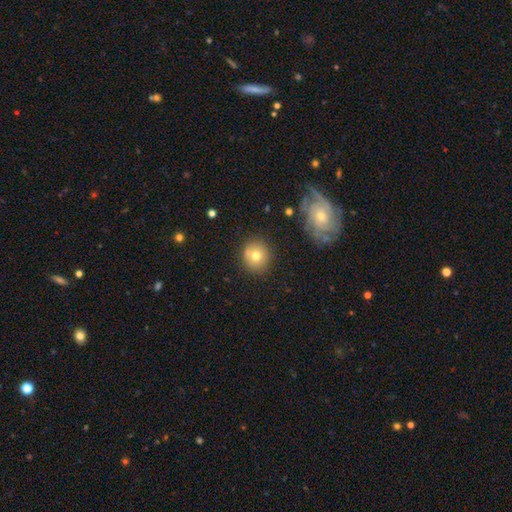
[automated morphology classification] A smooth galaxy with no disk features (71%) that is round (90%).

Vote fractions:
- Smooth or featured? smooth: 71% / featured or disk: 17% / star or artifact: 11%
- How rounded? round: 90% / in between: 9% / cigar-shaped: 1%
- Merging? none: 83% / minor disturbance: 11% / merger: 3% / major disturbance: 3%